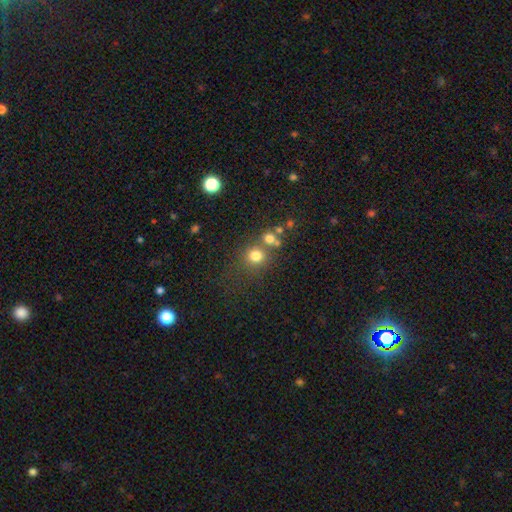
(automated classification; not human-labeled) A smooth galaxy with no disk features (75%) that is round (86%).

Vote fractions:
- Smooth or featured? smooth: 75% / star or artifact: 17% / featured or disk: 9%
- How rounded? round: 86% / in between: 13% / cigar-shaped: 1%
- Merging? none: 59% / merger: 27% / minor disturbance: 9% / major disturbance: 5%